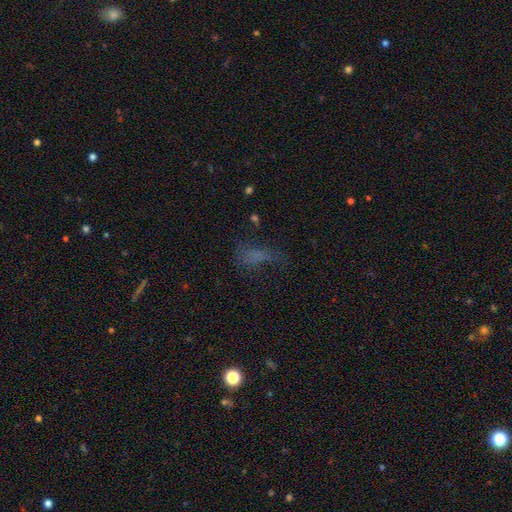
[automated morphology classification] Q: Smooth or featured?
A: smooth (55%); runner-up: star or artifact (24%)
Q: How rounded?
A: in between (71%); runner-up: cigar-shaped (21%)
Q: Merging?
A: none (39%); runner-up: major disturbance (34%)